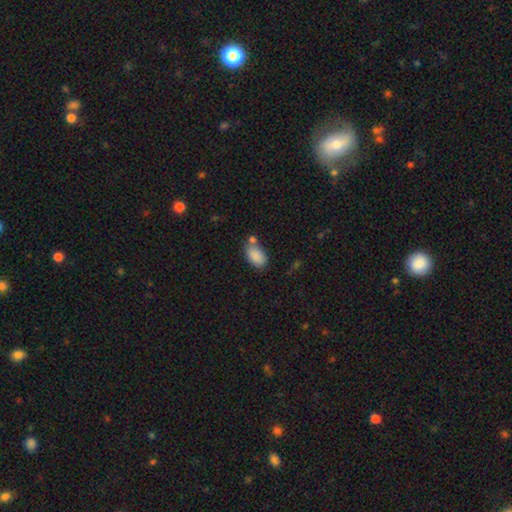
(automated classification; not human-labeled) This appears to be a smooth galaxy with no disk features (87%) that is in between round and cigar-shaped (92%). Merging: none (56%).